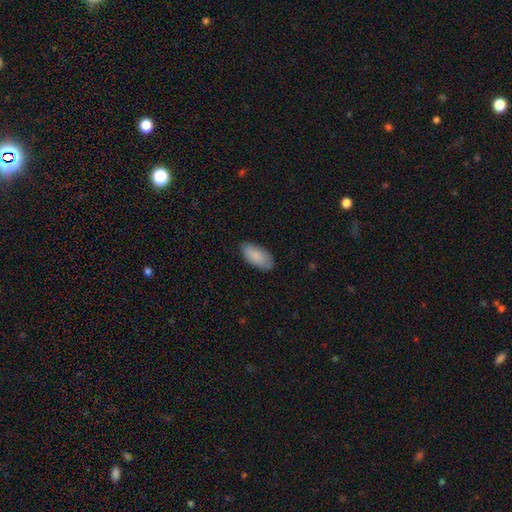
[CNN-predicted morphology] type=smooth (87%); roundness=in between (92%); merging=none (84%).